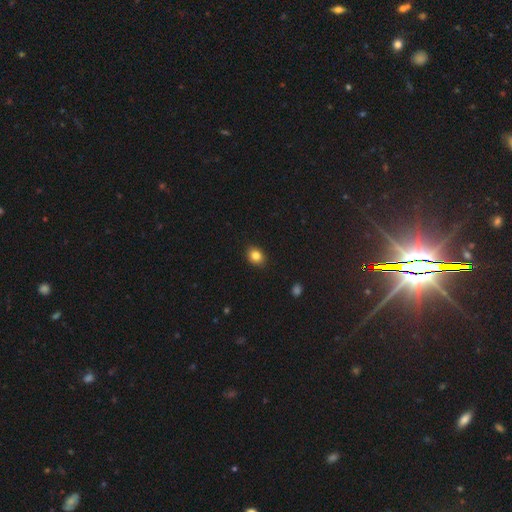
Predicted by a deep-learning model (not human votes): Morphology: type=smooth (83%); roundness=round (51%); merging=none (90%).